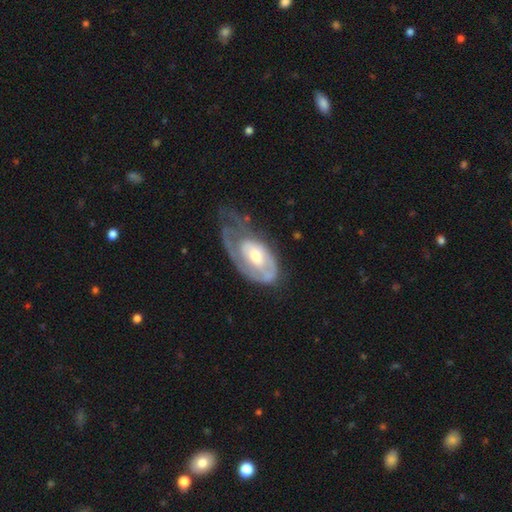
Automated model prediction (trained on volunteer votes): A featured or disk galaxy (77%) with no bar (67%), 1 (32%) tight (59%) spiral arms (85%) and a moderate central bulge (59%). Merging: none (43%).